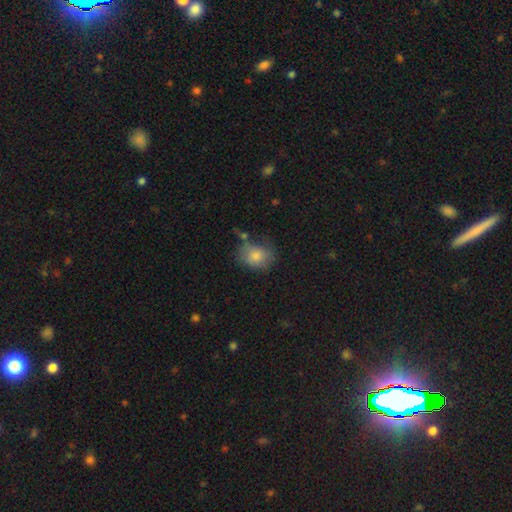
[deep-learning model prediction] smooth_or_featured: smooth (p=0.80) [alt: featured or disk p=0.12]
how_rounded: in between (p=0.54) [alt: round p=0.45]
merging: none (p=0.57) [alt: minor disturbance p=0.26]